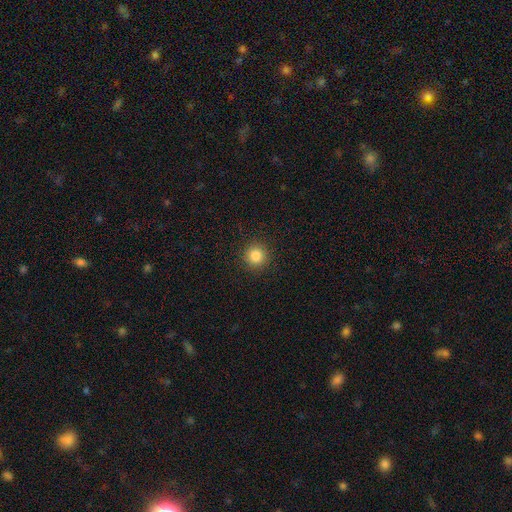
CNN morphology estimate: smooth_or_featured: smooth (p=0.83) [alt: star or artifact p=0.12]
how_rounded: round (p=0.95) [alt: in between p=0.04]
merging: none (p=0.91) [alt: minor disturbance p=0.06]